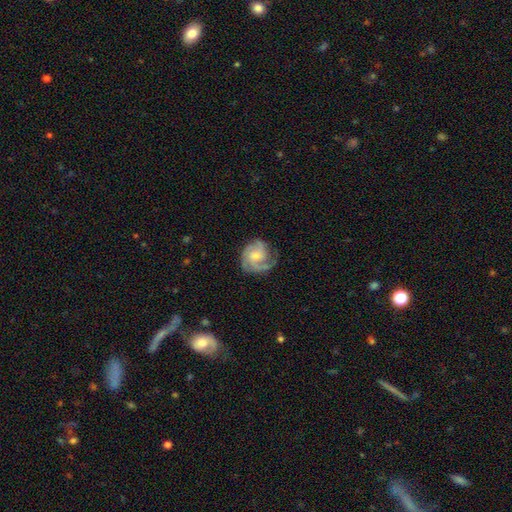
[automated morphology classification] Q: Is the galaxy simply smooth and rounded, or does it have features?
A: featured or disk — 81%.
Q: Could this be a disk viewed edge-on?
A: no — 98%.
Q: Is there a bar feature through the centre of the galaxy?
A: no — 63%.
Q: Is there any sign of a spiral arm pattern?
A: yes — 96%.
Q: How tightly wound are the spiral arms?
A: tight — 48%.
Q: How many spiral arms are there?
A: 3 — 39%.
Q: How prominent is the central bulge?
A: small — 49%.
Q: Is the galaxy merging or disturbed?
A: none — 67%.